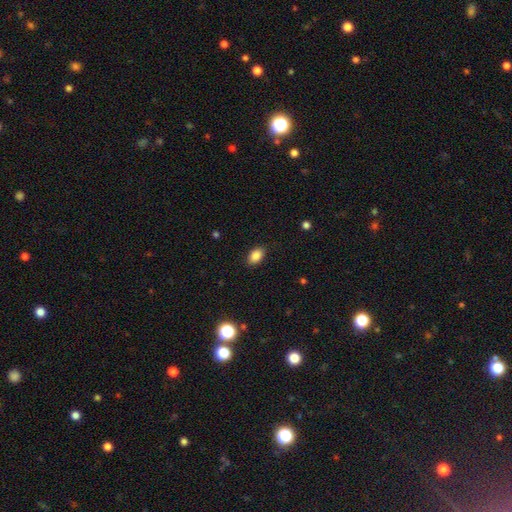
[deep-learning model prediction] Smooth or featured? smooth (87%)
How rounded? in between (89%)
Merging? none (87%)